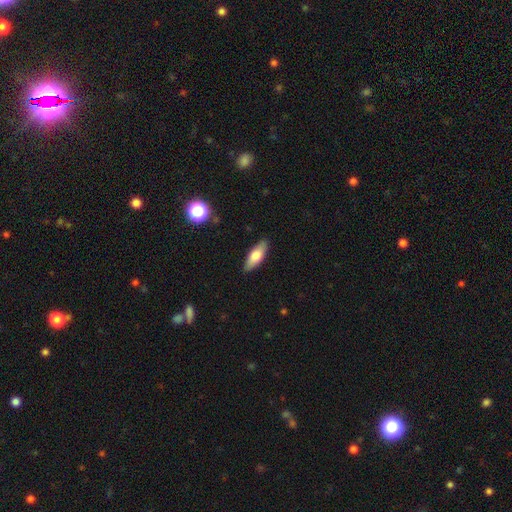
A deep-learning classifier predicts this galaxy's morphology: Smooth or featured? smooth (71%)
How rounded? in between (69%)
Merging? none (87%)